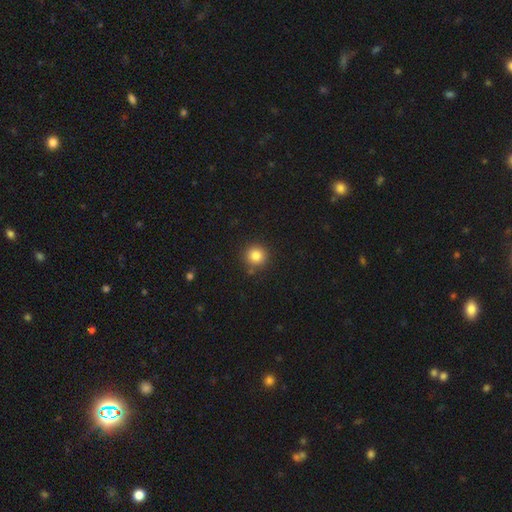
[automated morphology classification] smooth 84%, star or artifact 11%, featured or disk 5%. Down the decision tree: how rounded — round (94%); merging — none (86%).